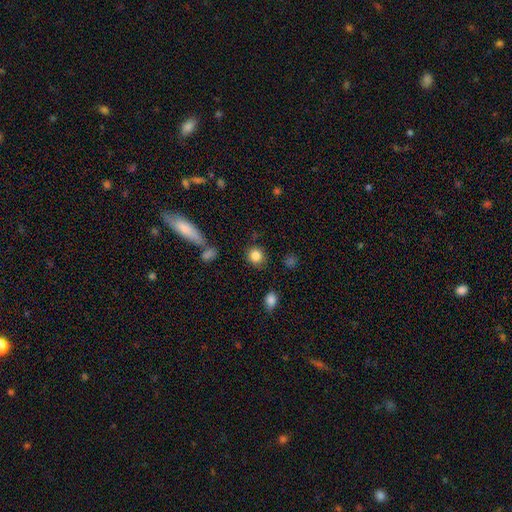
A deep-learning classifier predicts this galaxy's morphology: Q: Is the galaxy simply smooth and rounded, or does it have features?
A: smooth — 84%.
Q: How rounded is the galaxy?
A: round — 83%.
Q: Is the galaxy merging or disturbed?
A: none — 84%.